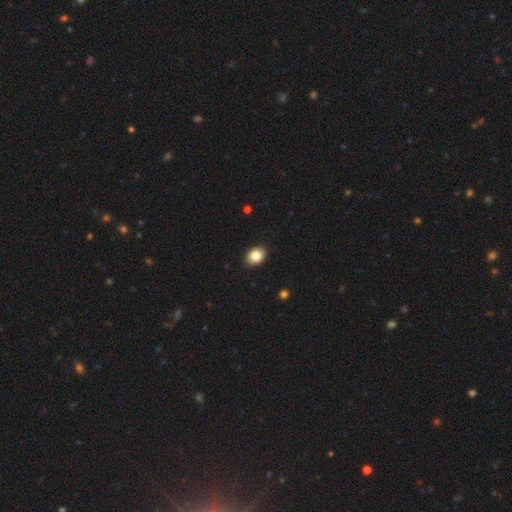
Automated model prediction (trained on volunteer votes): This appears to be a smooth galaxy with no disk features (85%) that is in between round and cigar-shaped (69%). Merging: none (89%).